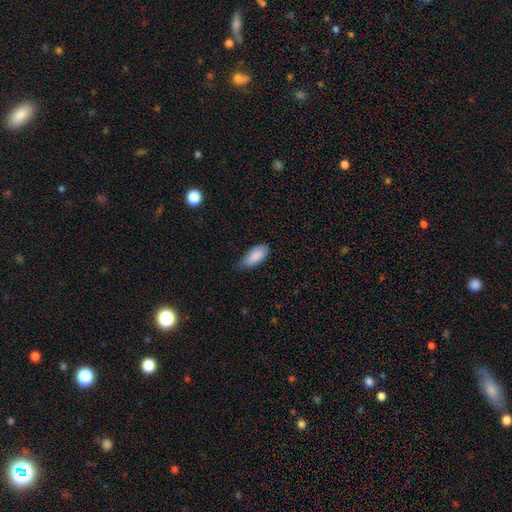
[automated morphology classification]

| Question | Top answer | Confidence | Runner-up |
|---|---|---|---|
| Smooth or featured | smooth | 87% | featured or disk (8%) |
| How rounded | in between | 87% | cigar-shaped (11%) |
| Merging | none | 66% | minor disturbance (29%) |